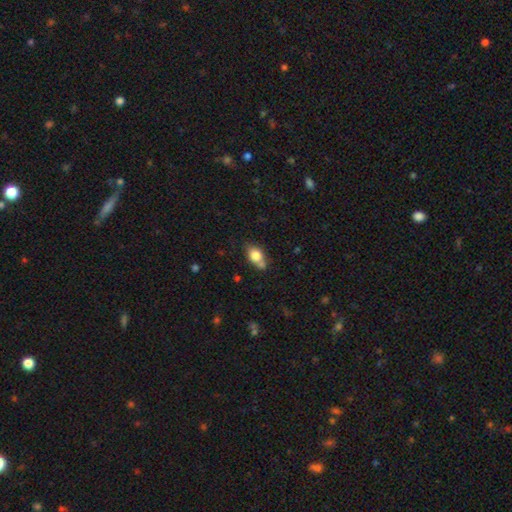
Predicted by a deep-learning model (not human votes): smooth-or-featured: smooth: 80% | featured or disk: 11% | star or artifact: 9%
  how-rounded: in between: 71% | round: 26% | cigar-shaped: 3%
  merging: none: 53% | minor disturbance: 21% | merger: 20% | major disturbance: 6%